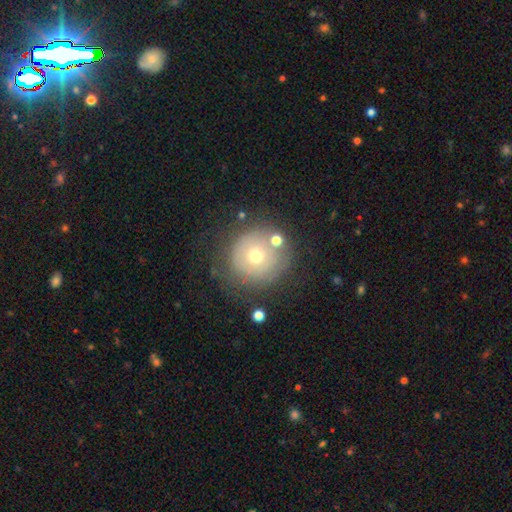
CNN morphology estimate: A smooth galaxy with no disk features (54%) that is round (94%). Merging: none (70%).